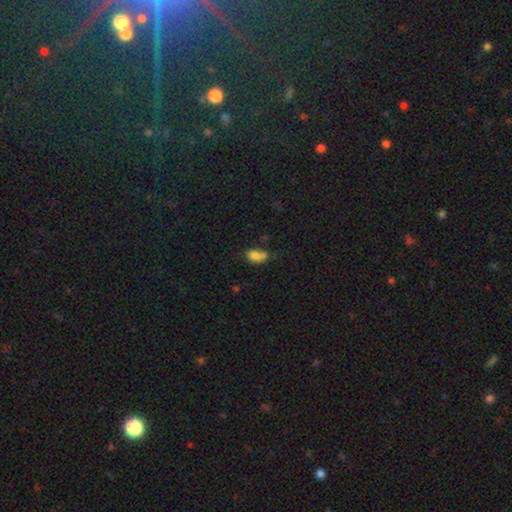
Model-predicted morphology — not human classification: A smooth galaxy with no disk features (78%) that is in between round and cigar-shaped (86%). Merging: none (38%).